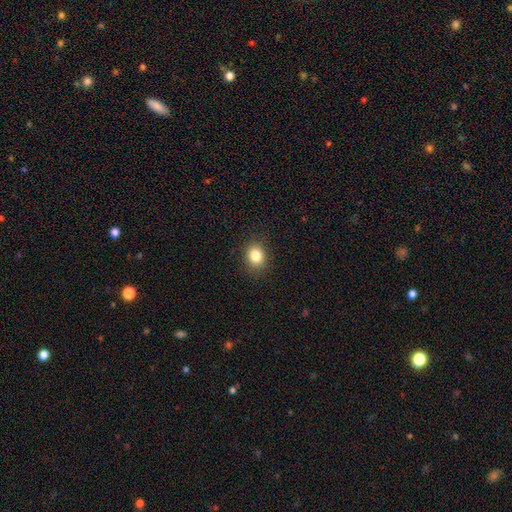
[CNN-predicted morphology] Smooth or featured? Predicted: smooth (p=0.83). How rounded? Predicted: round (p=0.63). Merging? Predicted: none (p=0.88).